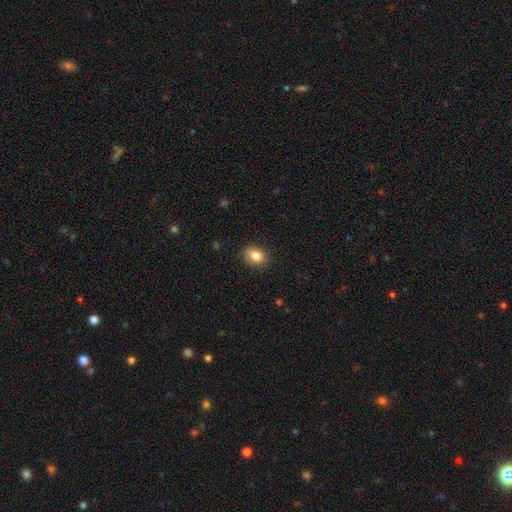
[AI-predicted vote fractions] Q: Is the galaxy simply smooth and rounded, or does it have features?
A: smooth — 84%.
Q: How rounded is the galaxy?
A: in between — 61%.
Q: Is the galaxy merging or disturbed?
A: none — 88%.